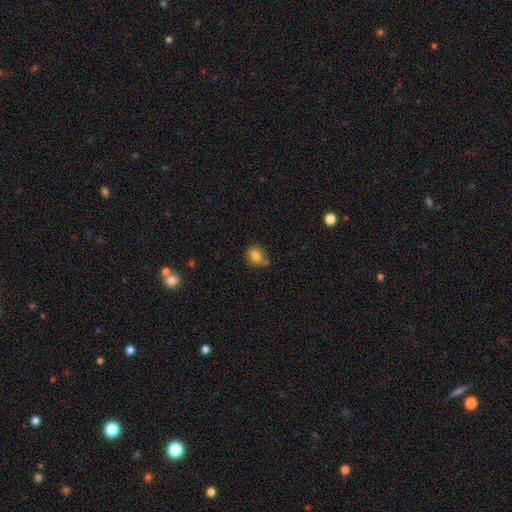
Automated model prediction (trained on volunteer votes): A smooth galaxy with no disk features (82%) that is round (72%).

Vote fractions:
- Smooth or featured? smooth: 82% / star or artifact: 11% / featured or disk: 8%
- How rounded? round: 72% / in between: 27% / cigar-shaped: 1%
- Merging? none: 63% / minor disturbance: 21% / merger: 11% / major disturbance: 5%